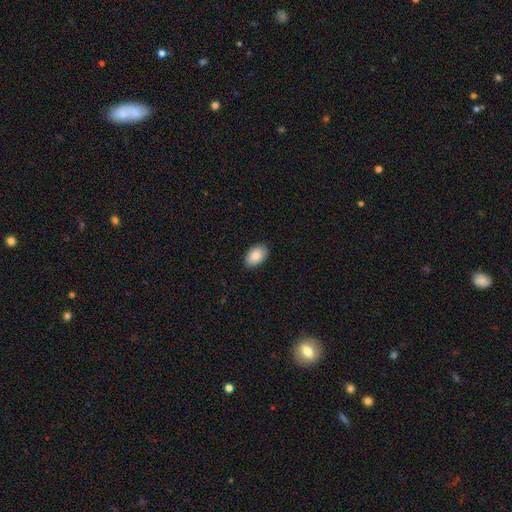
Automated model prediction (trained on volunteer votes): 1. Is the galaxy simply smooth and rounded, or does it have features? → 89% smooth, 6% star or artifact, 5% featured or disk.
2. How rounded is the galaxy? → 92% in between, 7% round, 1% cigar-shaped.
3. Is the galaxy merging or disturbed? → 89% none, 8% minor disturbance, 2% major disturbance, 1% merger.